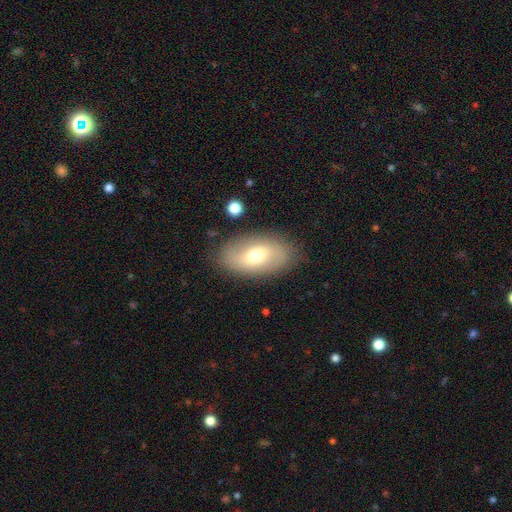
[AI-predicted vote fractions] Q: Smooth or featured?
A: smooth (56%); runner-up: featured or disk (36%)
Q: How rounded?
A: in between (92%); runner-up: round (6%)
Q: Merging?
A: none (82%); runner-up: minor disturbance (12%)